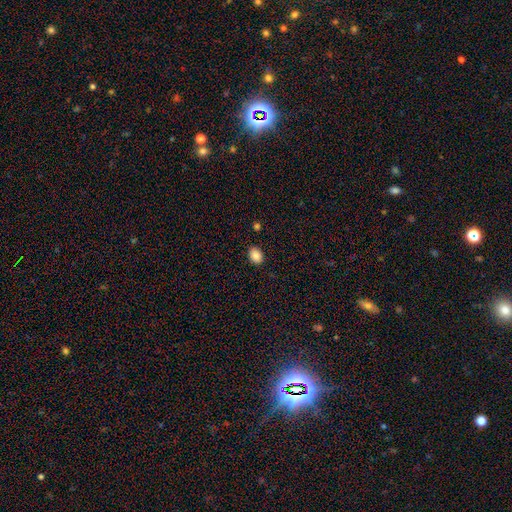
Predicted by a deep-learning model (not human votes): Q: Smooth or featured?
A: smooth (87%); runner-up: star or artifact (9%)
Q: How rounded?
A: in between (67%); runner-up: round (32%)
Q: Merging?
A: none (89%); runner-up: minor disturbance (8%)